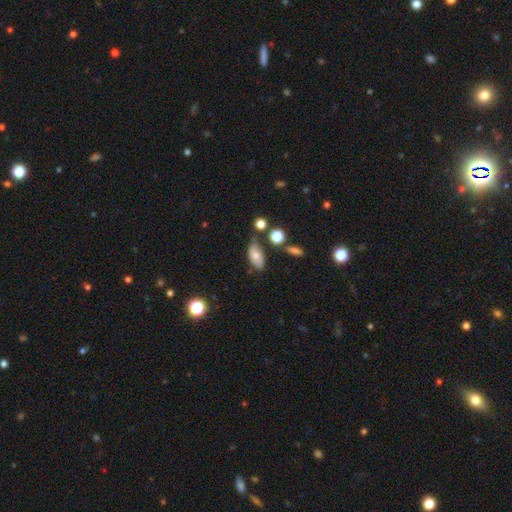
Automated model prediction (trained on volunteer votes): A smooth galaxy with no disk features (69%) that is in between round and cigar-shaped (89%).

Vote fractions:
- Smooth or featured? smooth: 69% / featured or disk: 21% / star or artifact: 9%
- How rounded? in between: 89% / round: 6% / cigar-shaped: 5%
- Merging? none: 66% / minor disturbance: 21% / merger: 7% / major disturbance: 5%